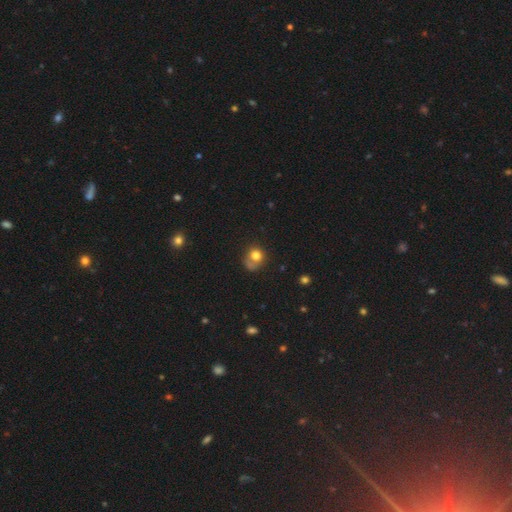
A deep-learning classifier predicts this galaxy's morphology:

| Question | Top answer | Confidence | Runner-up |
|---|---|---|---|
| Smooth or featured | smooth | 75% | featured or disk (13%) |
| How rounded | round | 77% | in between (22%) |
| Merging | none | 46% | minor disturbance (21%) |